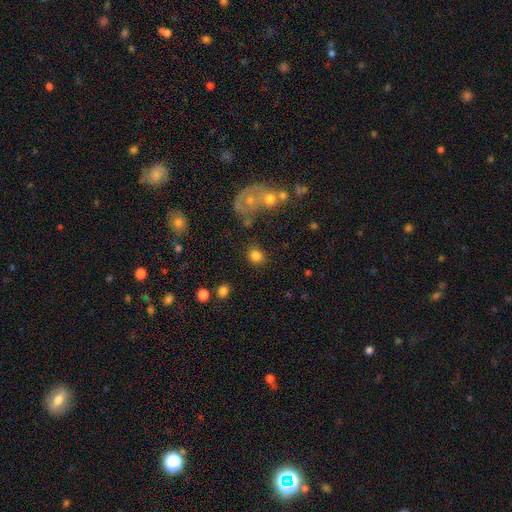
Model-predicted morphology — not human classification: A smooth galaxy with no disk features (82%) that is round (79%).

Vote fractions:
- Smooth or featured? smooth: 82% / star or artifact: 11% / featured or disk: 8%
- How rounded? round: 79% / in between: 20% / cigar-shaped: 1%
- Merging? none: 79% / minor disturbance: 10% / merger: 7% / major disturbance: 5%